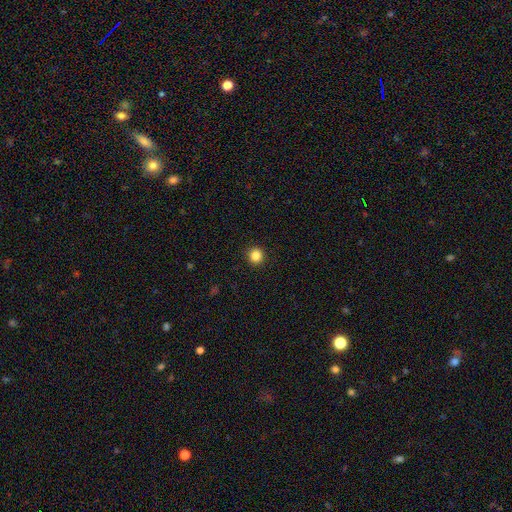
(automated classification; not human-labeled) smooth 85%, star or artifact 11%, featured or disk 4%. Down the decision tree: how rounded — round (94%); merging — none (93%).